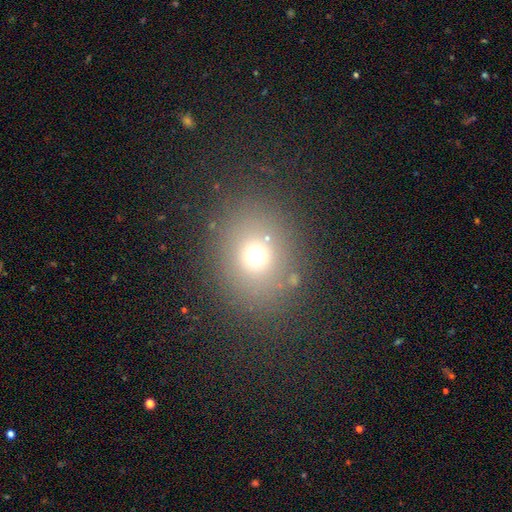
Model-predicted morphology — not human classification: Smooth or featured? Predicted: smooth (p=0.69). How rounded? Predicted: round (p=0.61). Merging? Predicted: none (p=0.80).